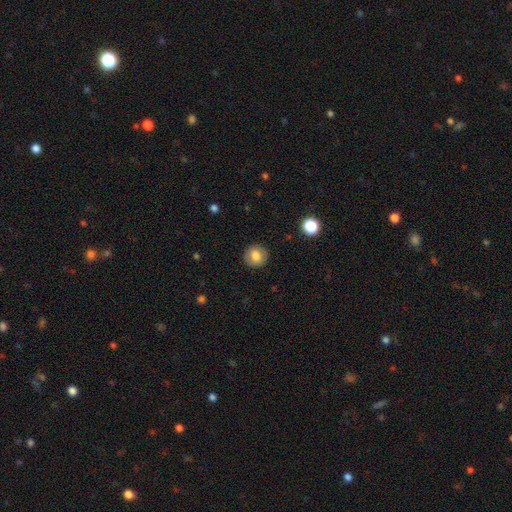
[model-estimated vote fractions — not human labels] This is likely a smooth galaxy (77%). How rounded: clearly round (90%). Merging: clearly none (90%).